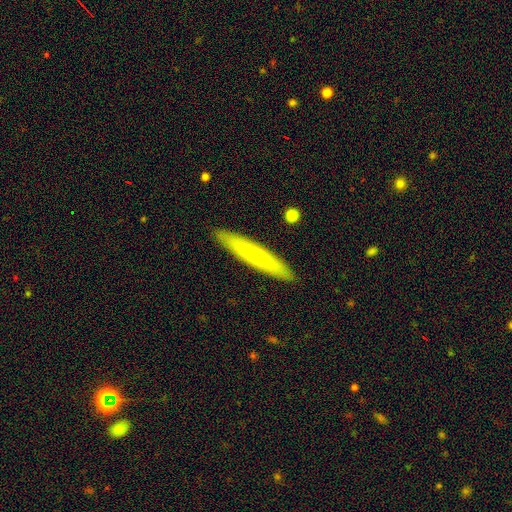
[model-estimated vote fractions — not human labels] This is possibly a smooth galaxy (50%). Merging: clearly none (91%).